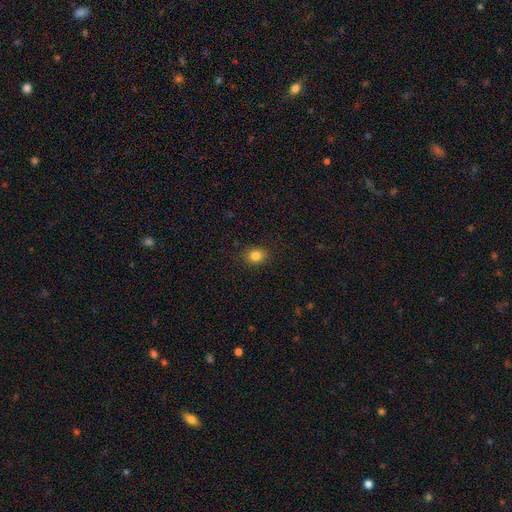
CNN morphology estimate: smooth 83%, star or artifact 11%, featured or disk 6%. Down the decision tree: how rounded — round (55%); merging — none (88%).